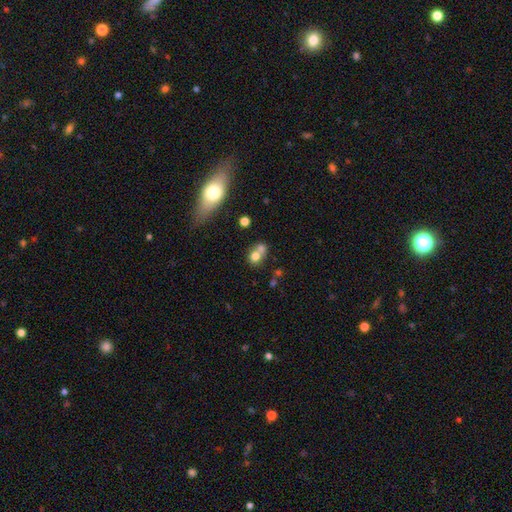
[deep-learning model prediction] smooth 72%, featured or disk 17%, star or artifact 11%. Down the decision tree: how rounded — round (64%); merging — merger (55%).